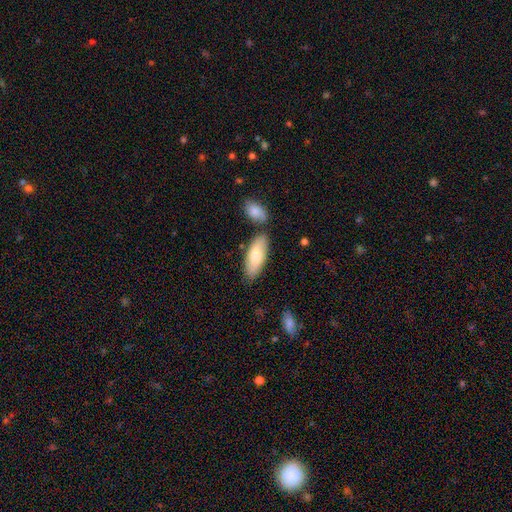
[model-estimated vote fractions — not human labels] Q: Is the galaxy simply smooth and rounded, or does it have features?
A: smooth — 77%.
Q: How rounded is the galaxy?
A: in between — 77%.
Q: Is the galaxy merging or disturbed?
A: none — 70%.